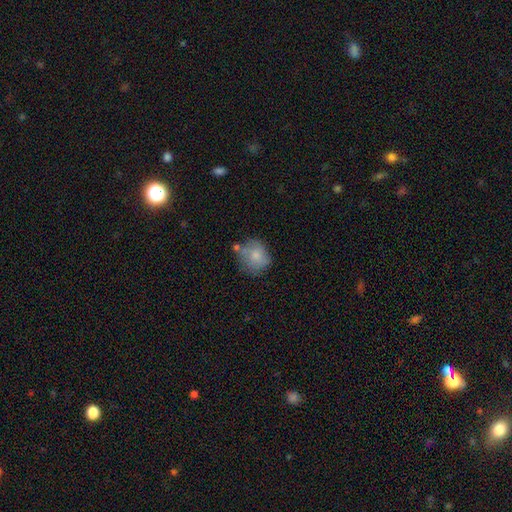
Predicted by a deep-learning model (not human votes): This appears to be a smooth galaxy with no disk features (76%) that is round (81%). Merging: none (57%).